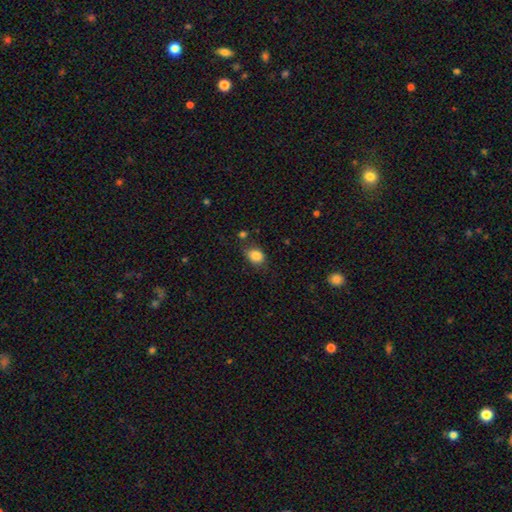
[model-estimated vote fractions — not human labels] Smooth or featured? Predicted: smooth (p=0.85). How rounded? Predicted: in between (p=0.61). Merging? Predicted: none (p=0.70).